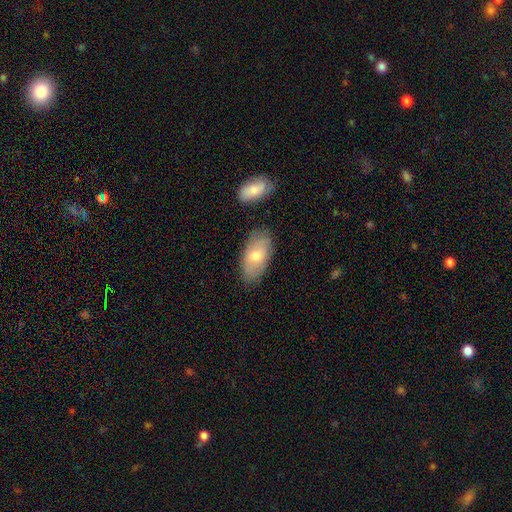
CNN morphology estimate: Smooth or featured: smooth — 68% (featured or disk — 25%)
How rounded: in between — 94% (round — 3%)
Merging: none — 78% (minor disturbance — 15%)